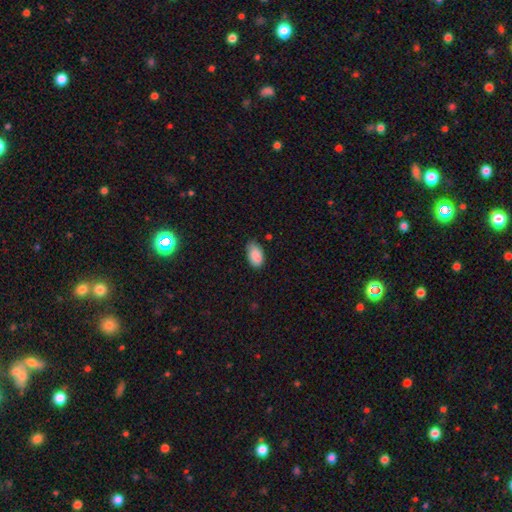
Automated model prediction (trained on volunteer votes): smooth_or_featured: smooth (p=0.88) [alt: star or artifact p=0.07]
how_rounded: in between (p=0.93) [alt: round p=0.05]
merging: none (p=0.66) [alt: minor disturbance p=0.28]